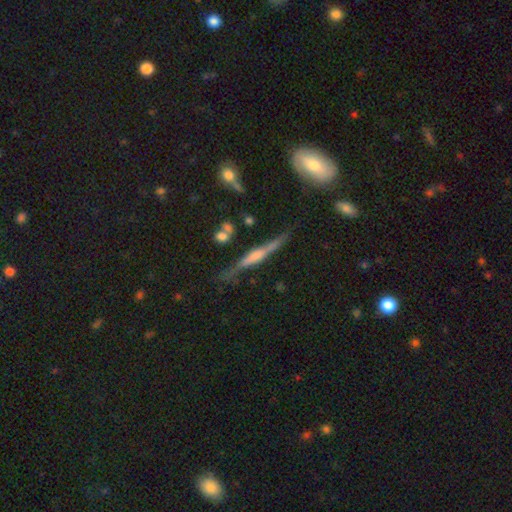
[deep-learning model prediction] This appears to be a featured or disk galaxy (70%) viewed edge-on (94%) with a rounded central bulge (73%). Merging: none (82%).